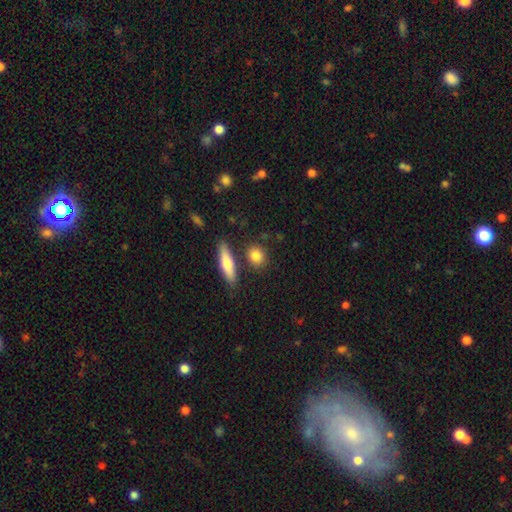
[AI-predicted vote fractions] A smooth galaxy with no disk features (82%) that is round (57%).

Vote fractions:
- Smooth or featured? smooth: 82% / featured or disk: 10% / star or artifact: 8%
- How rounded? round: 57% / in between: 34% / cigar-shaped: 9%
- Merging? none: 80% / minor disturbance: 10% / merger: 7% / major disturbance: 3%